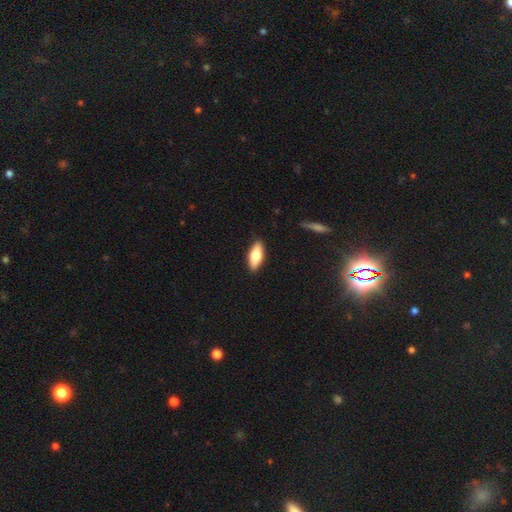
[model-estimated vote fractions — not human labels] A smooth galaxy with no disk features (70%) that is in between round and cigar-shaped (70%). Merging: none (89%).